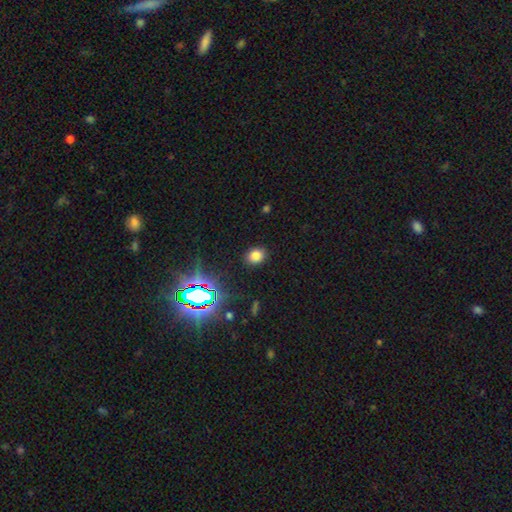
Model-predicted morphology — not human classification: type=smooth (76%); roundness=round (54%); merging=none (87%).